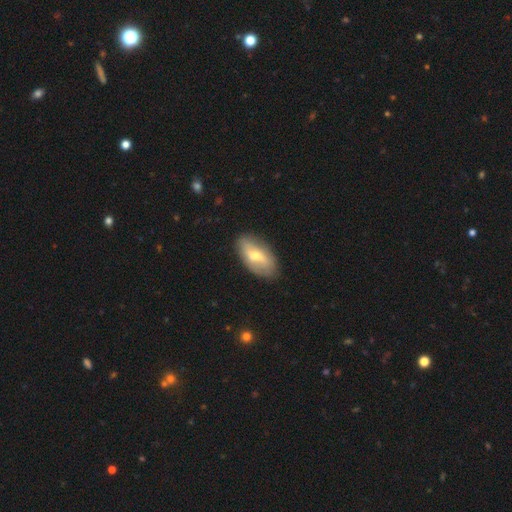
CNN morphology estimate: Smooth or featured? smooth (49%)
Merging? none (80%)